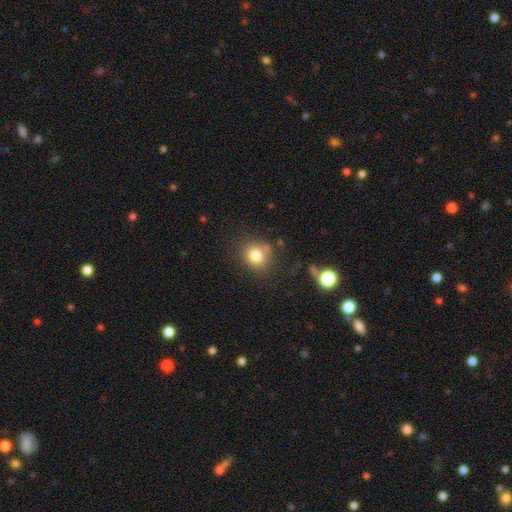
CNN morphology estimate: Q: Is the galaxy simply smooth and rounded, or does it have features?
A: smooth — 79%.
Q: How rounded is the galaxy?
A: round — 71%.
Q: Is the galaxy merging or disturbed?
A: none — 72%.